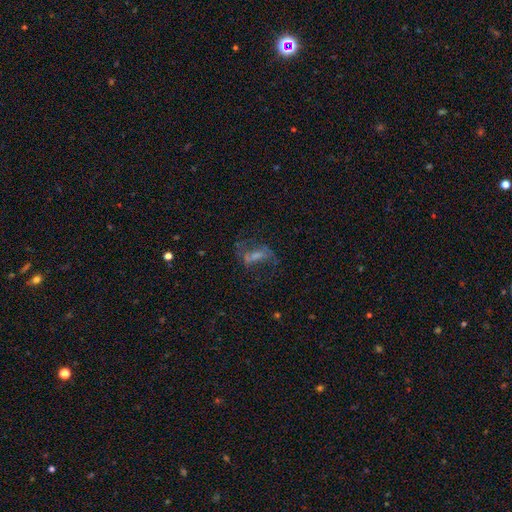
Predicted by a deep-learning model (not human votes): Smooth or featured? featured or disk (54%)
Edge-on disk? no (91%)
Merging? none (45%)